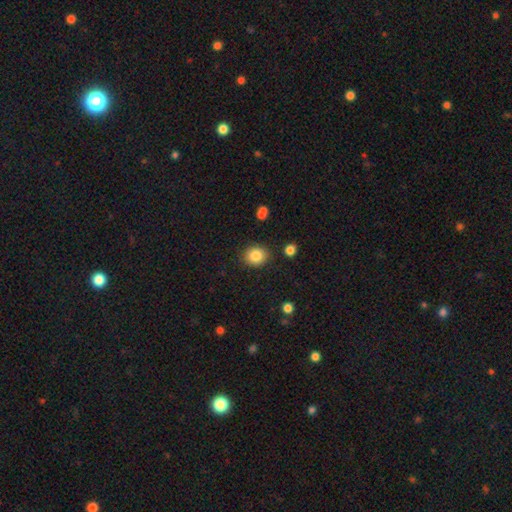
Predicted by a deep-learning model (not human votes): This is clearly a smooth galaxy (85%). How rounded: likely round (74%). Merging: clearly none (88%).